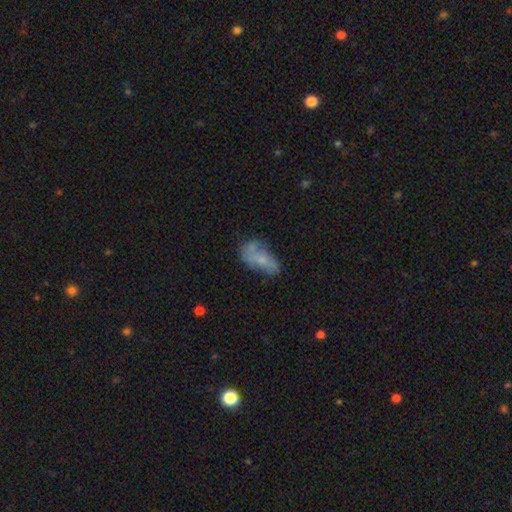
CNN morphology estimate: Q: Smooth or featured?
A: smooth (51%); runner-up: featured or disk (36%)
Q: How rounded?
A: in between (84%); runner-up: cigar-shaped (10%)
Q: Merging?
A: none (45%); runner-up: minor disturbance (27%)